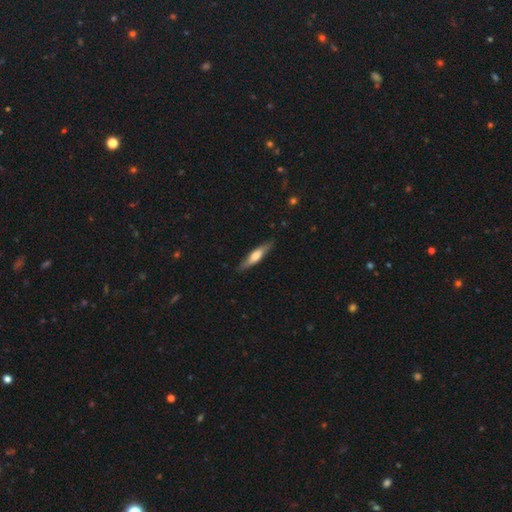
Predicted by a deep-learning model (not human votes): Smooth or featured?
  - smooth: 55% *
  - featured or disk: 40%
  - star or artifact: 5%
How rounded?
  - cigar-shaped: 79% *
  - in between: 19%
  - round: 2%
Merging?
  - none: 84% *
  - minor disturbance: 12%
  - major disturbance: 2%
  - merger: 1%